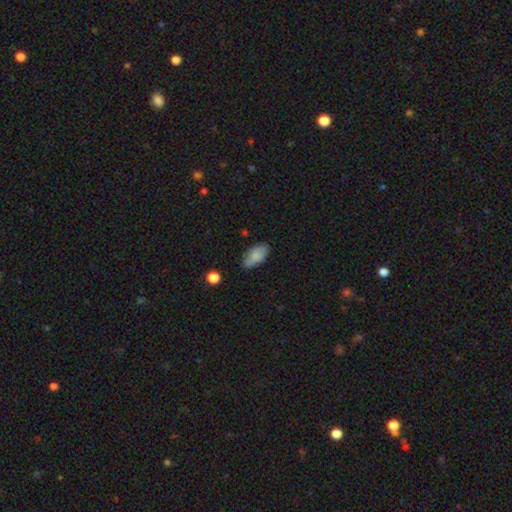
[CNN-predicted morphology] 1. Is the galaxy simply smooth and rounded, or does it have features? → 80% smooth, 12% featured or disk, 7% star or artifact.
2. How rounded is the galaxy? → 92% in between, 4% cigar-shaped, 3% round.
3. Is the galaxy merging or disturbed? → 71% none, 22% minor disturbance, 5% major disturbance, 2% merger.